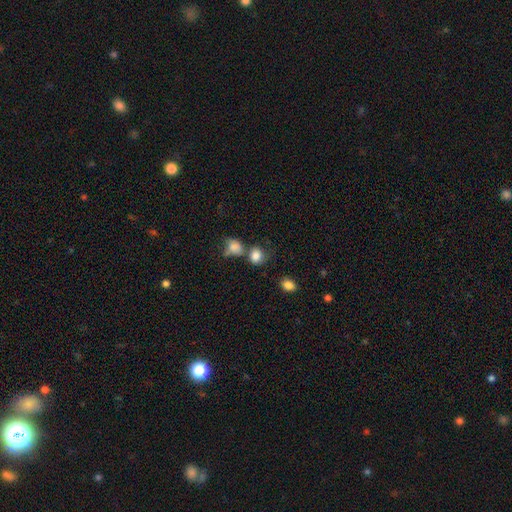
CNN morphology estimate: Overall: smooth (83%). How rounded: round (64%; in between 35%). Merging: none (45%; merger 31%).